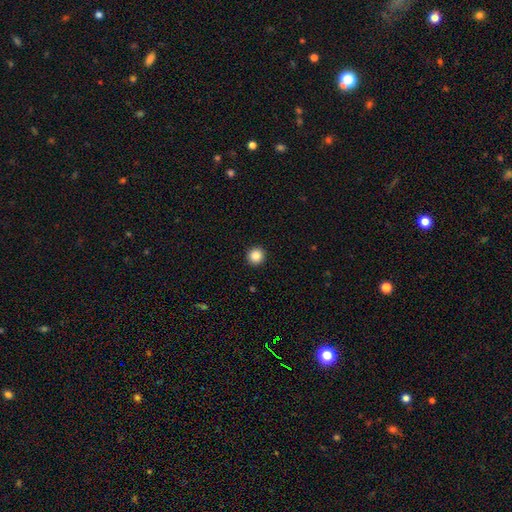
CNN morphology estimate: A smooth galaxy with no disk features (86%) that is round (95%). Merging: none (94%).